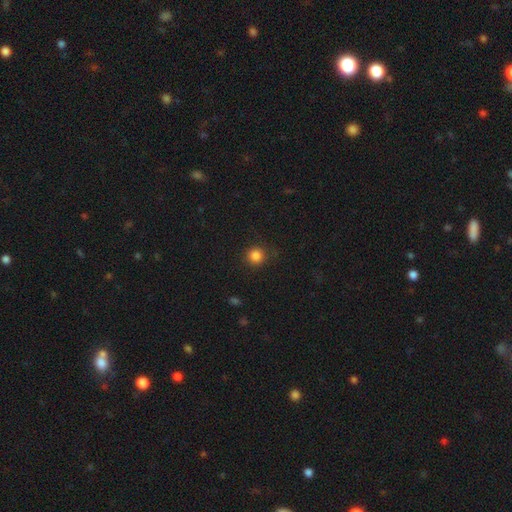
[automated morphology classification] Smooth or featured?
  - smooth: 84% *
  - star or artifact: 12%
  - featured or disk: 4%
How rounded?
  - round: 94% *
  - in between: 5%
  - cigar-shaped: 1%
Merging?
  - none: 87% *
  - minor disturbance: 9%
  - major disturbance: 3%
  - merger: 1%